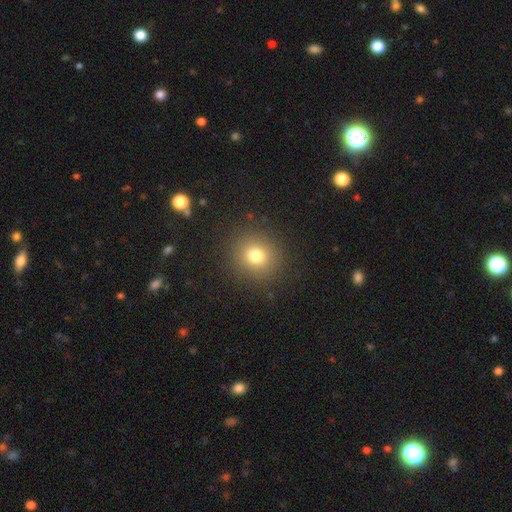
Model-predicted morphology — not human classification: smooth_or_featured: smooth (p=0.76) [alt: star or artifact p=0.15]
how_rounded: round (p=0.87) [alt: in between p=0.12]
merging: none (p=0.89) [alt: minor disturbance p=0.06]